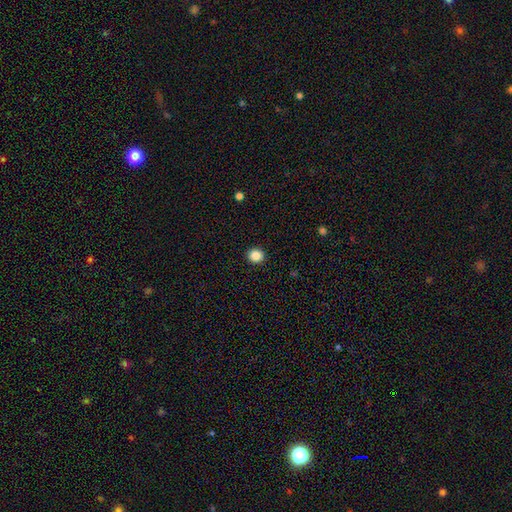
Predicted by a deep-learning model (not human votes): A smooth galaxy with no disk features (86%) that is round (91%). Merging: none (93%).